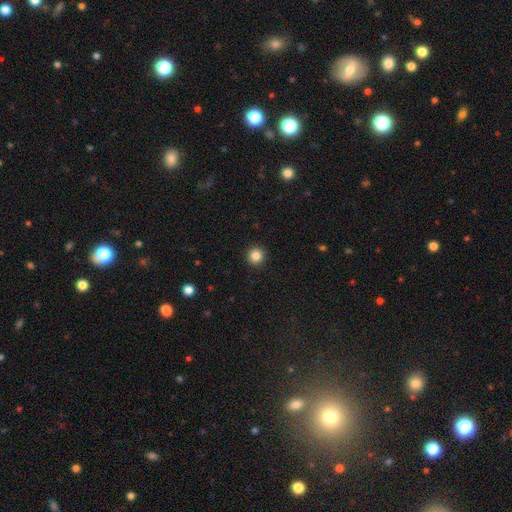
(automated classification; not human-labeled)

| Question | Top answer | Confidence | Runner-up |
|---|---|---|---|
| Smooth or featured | smooth | 85% | star or artifact (11%) |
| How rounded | round | 94% | in between (5%) |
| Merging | none | 93% | minor disturbance (5%) |